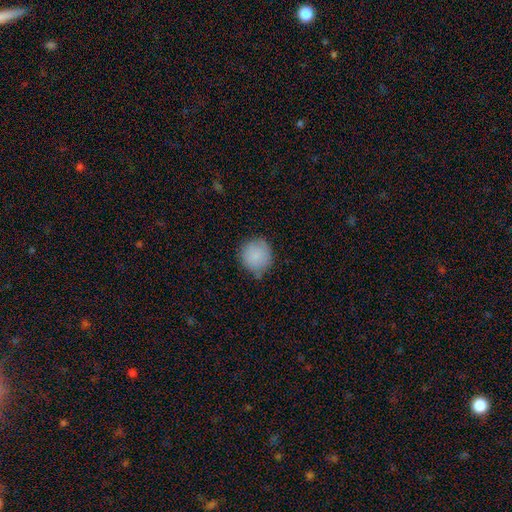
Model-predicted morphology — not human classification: smooth 85%, featured or disk 8%, star or artifact 7%. Down the decision tree: how rounded — round (91%); merging — none (69%).